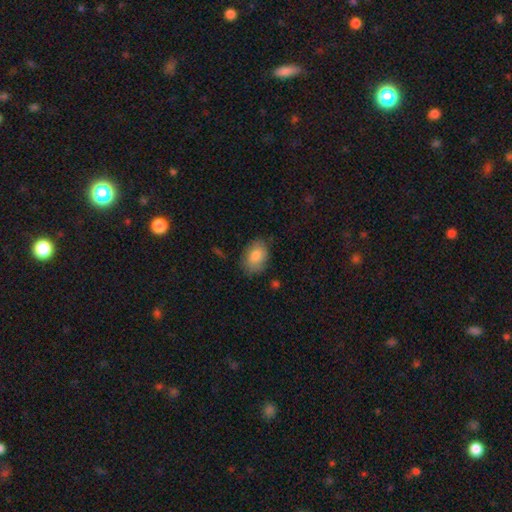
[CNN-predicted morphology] A smooth galaxy with no disk features (82%) that is in between round and cigar-shaped (78%). Merging: none (77%).